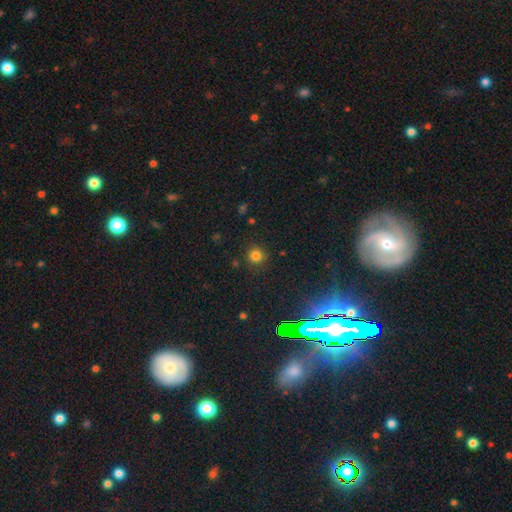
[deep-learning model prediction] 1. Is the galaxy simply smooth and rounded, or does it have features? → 78% smooth, 17% star or artifact, 5% featured or disk.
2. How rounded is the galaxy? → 92% round, 7% in between, 1% cigar-shaped.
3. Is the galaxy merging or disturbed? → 86% none, 9% minor disturbance, 3% major disturbance, 2% merger.